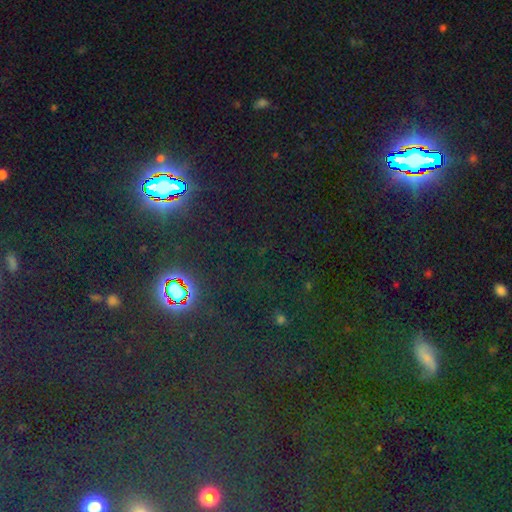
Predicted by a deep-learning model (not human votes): This appears to be a star or artifact, not a galaxy (79%).